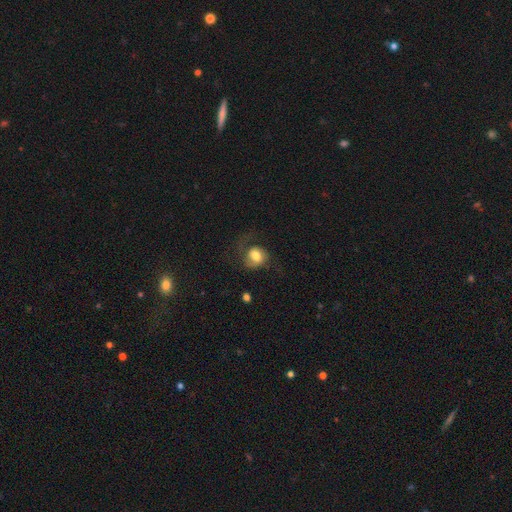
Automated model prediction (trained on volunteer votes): The model was most divided on "merging": none: 47%, major disturbance: 29%, minor disturbance: 21%, merger: 2%. More confident: how rounded — round (69%); smooth or featured — smooth (58%).